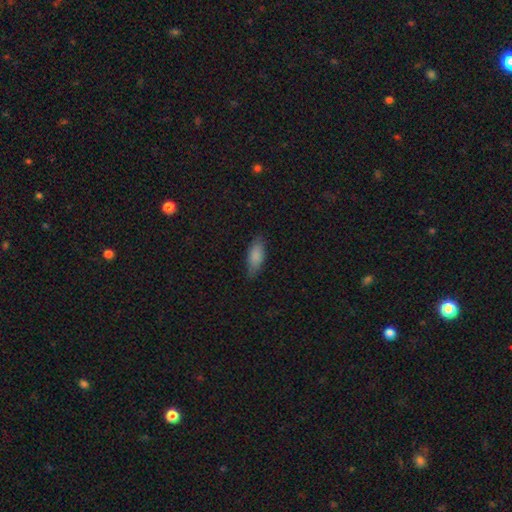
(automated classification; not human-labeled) smooth-or-featured: smooth: 85% | featured or disk: 8% | star or artifact: 7%
  how-rounded: in between: 78% | cigar-shaped: 20% | round: 2%
  merging: none: 79% | minor disturbance: 17% | major disturbance: 3% | merger: 1%